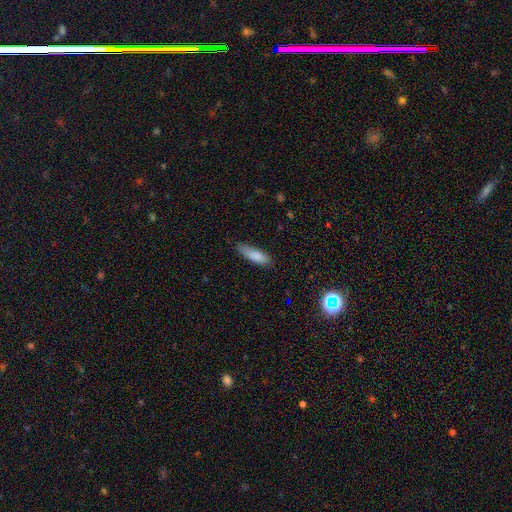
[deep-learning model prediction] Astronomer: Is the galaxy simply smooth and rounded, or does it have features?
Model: smooth — 84%.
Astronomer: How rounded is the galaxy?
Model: cigar-shaped — 54% (runner-up: in between, 44%).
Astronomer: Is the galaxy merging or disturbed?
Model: none — 72%.